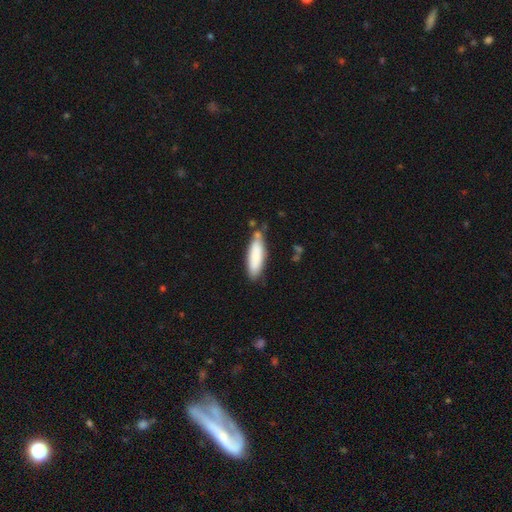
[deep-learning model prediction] This is clearly a smooth galaxy (81%). How rounded: possibly cigar-shaped (54%). Merging: likely none (68%).